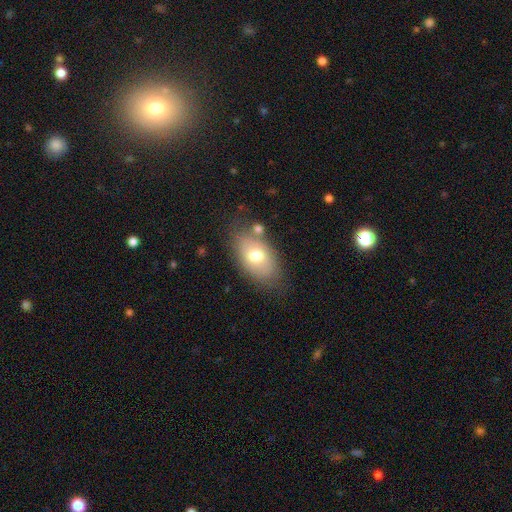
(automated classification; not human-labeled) The model was most divided on "smooth or featured": smooth: 69%, featured or disk: 22%, star or artifact: 9%. More confident: how rounded — in between (88%); merging — none (70%).